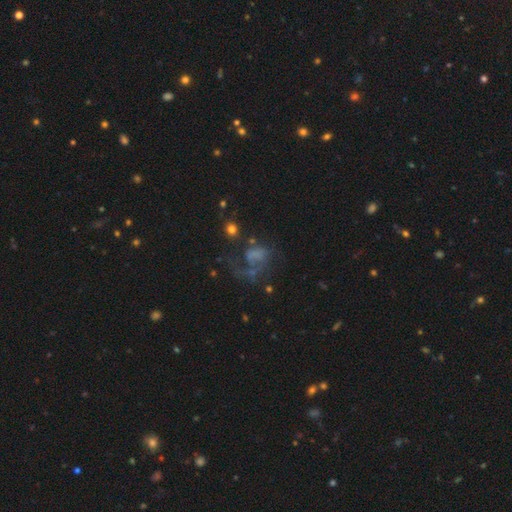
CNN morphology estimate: Overall: featured or disk (47%; smooth 33%). Merging: major disturbance (49%; none 28%).